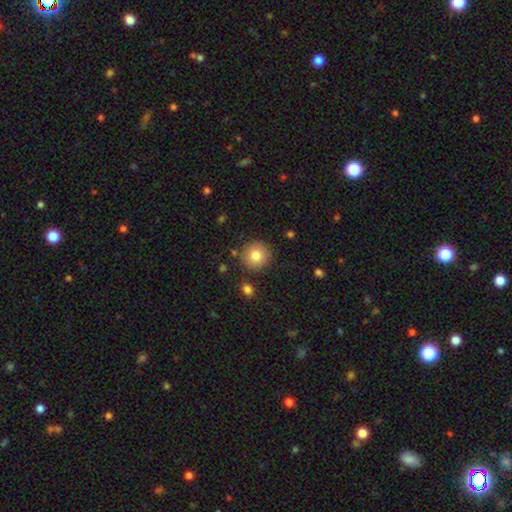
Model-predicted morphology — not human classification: Smooth or featured?
  - smooth: 82% *
  - star or artifact: 9%
  - featured or disk: 9%
How rounded?
  - round: 93% *
  - in between: 6%
  - cigar-shaped: 1%
Merging?
  - none: 87% *
  - minor disturbance: 8%
  - merger: 3%
  - major disturbance: 2%